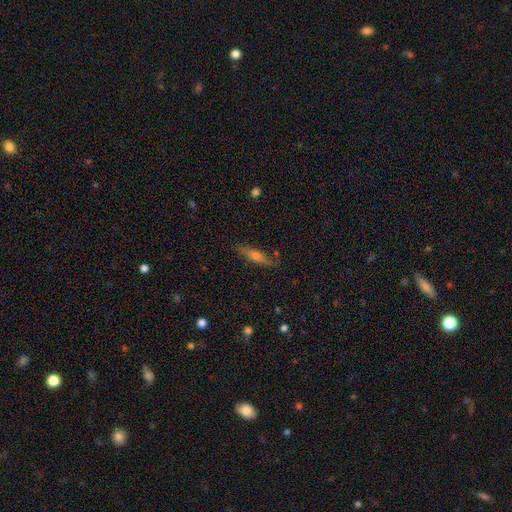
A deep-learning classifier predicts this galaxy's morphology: Smooth or featured?
  - featured or disk: 55% *
  - smooth: 36%
  - star or artifact: 9%
Edge-on disk?
  - yes: 88% *
  - no: 12%
Merging?
  - none: 83% *
  - minor disturbance: 12%
  - major disturbance: 3%
  - merger: 1%